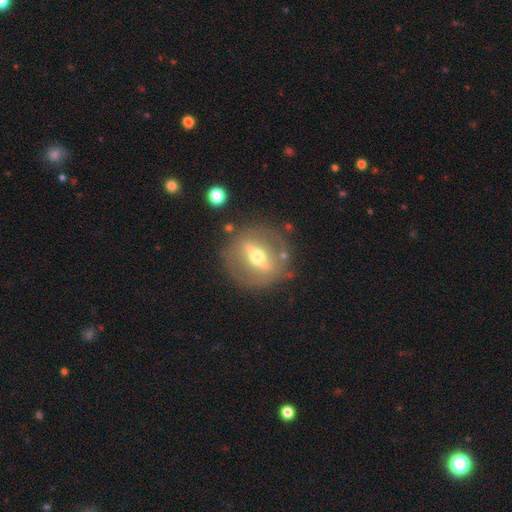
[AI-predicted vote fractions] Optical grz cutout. It shows a featured or disk galaxy (70%). Merging: none (81%).